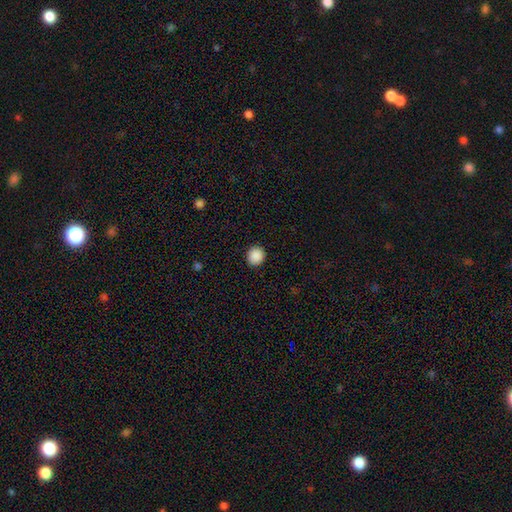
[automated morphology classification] This is clearly a smooth galaxy (89%). How rounded: clearly round (86%). Merging: clearly none (91%).